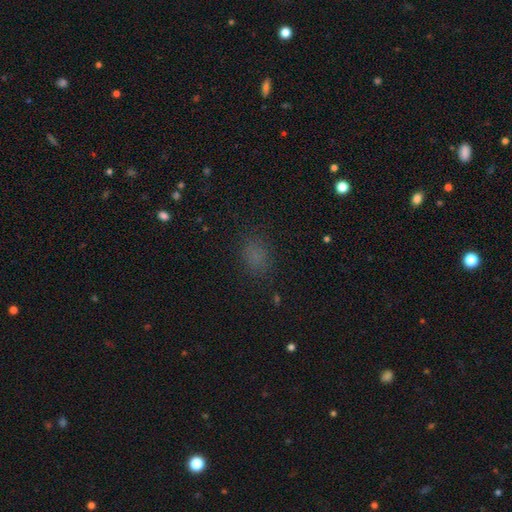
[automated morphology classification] smooth-or-featured: smooth: 76% | star or artifact: 19% | featured or disk: 5%
  how-rounded: in between: 68% | round: 30% | cigar-shaped: 2%
  merging: none: 82% | minor disturbance: 12% | major disturbance: 5% | merger: 1%